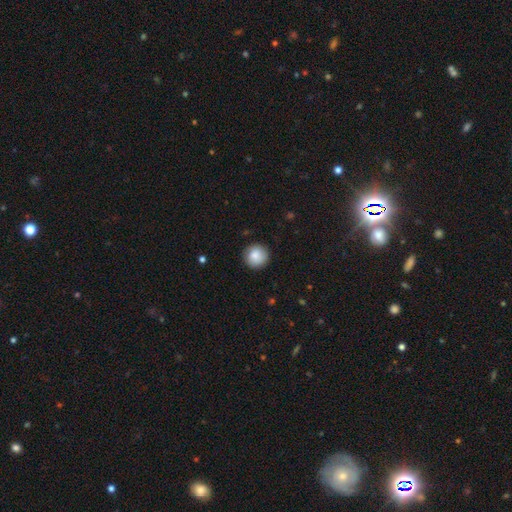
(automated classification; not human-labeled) Smooth or featured?
  - smooth: 87% *
  - star or artifact: 8%
  - featured or disk: 5%
How rounded?
  - round: 95% *
  - in between: 4%
  - cigar-shaped: 1%
Merging?
  - none: 89% *
  - minor disturbance: 8%
  - major disturbance: 2%
  - merger: 1%